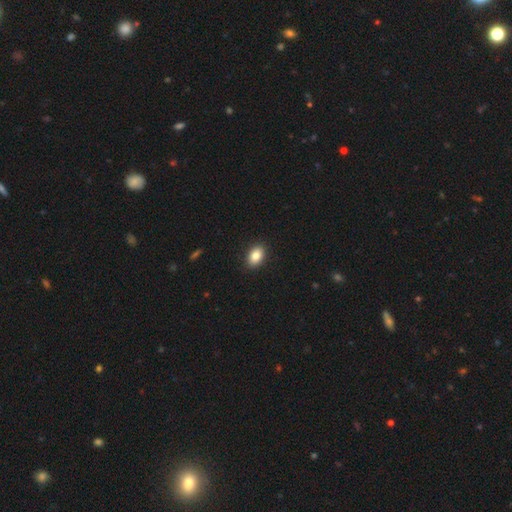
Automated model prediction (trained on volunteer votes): Smooth or featured: smooth — 85% (star or artifact — 8%)
How rounded: in between — 84% (round — 14%)
Merging: none — 90% (minor disturbance — 7%)